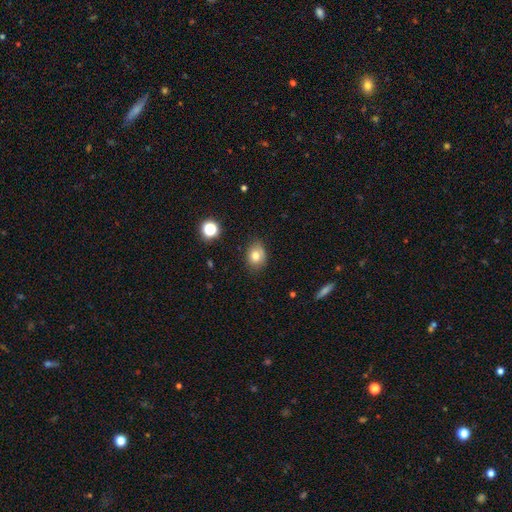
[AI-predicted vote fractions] The model was most divided on "how rounded": in between: 50%, round: 49%, cigar-shaped: 1%. More confident: smooth or featured — smooth (77%); merging — none (75%).